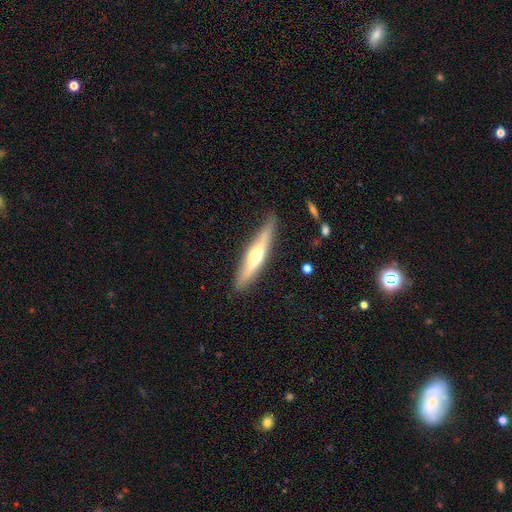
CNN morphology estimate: Smooth or featured? Predicted: featured or disk (p=0.62). Edge-on disk? Predicted: yes (p=0.92). Edge-on bulge? Predicted: rounded (p=0.89). Merging? Predicted: none (p=0.86).